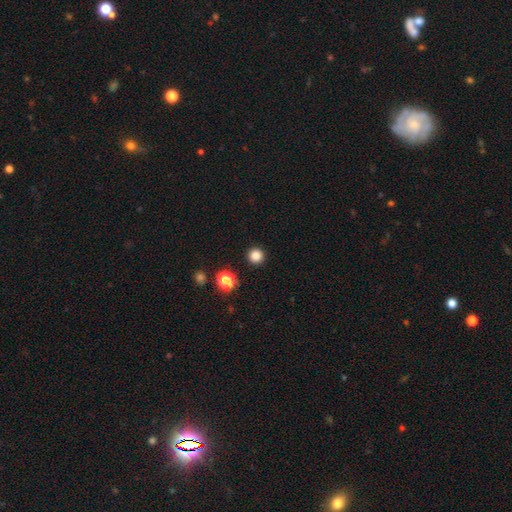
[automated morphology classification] smooth-or-featured: smooth: 84% | star or artifact: 13% | featured or disk: 3%
  how-rounded: round: 96% | in between: 3% | cigar-shaped: 1%
  merging: none: 93% | minor disturbance: 4% | major disturbance: 2% | merger: 1%